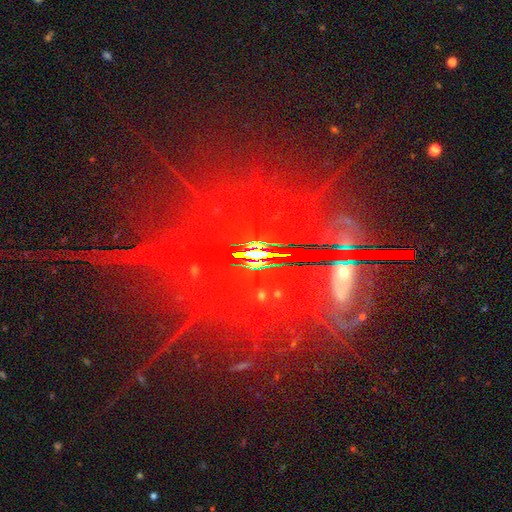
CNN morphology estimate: smooth-or-featured: star or artifact: 84% | featured or disk: 11% | smooth: 5%